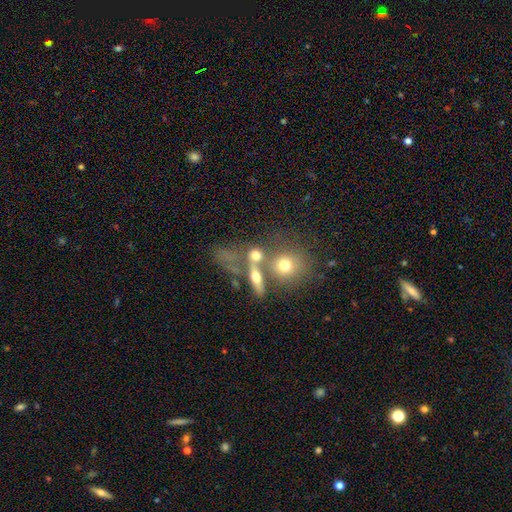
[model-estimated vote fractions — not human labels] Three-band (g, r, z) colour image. It shows a smooth galaxy with no disk features (61%) that is round (60%). Merging: merger (42%).